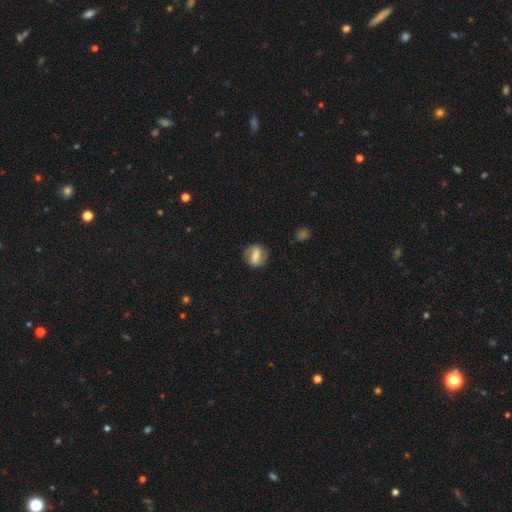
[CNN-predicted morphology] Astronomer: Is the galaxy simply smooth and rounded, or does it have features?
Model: featured or disk — 49% (runner-up: smooth, 42%).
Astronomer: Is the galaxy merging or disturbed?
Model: none — 72%.